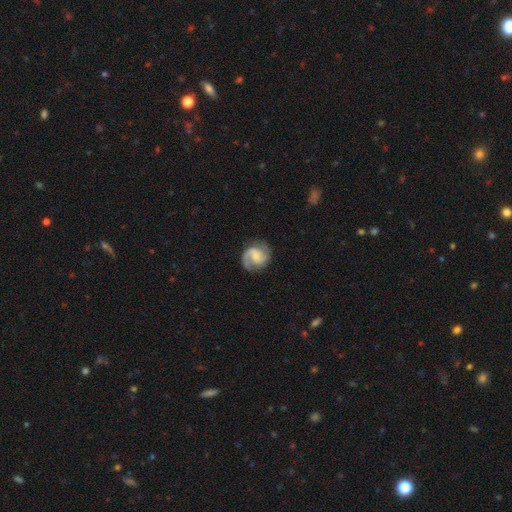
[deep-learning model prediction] This is likely a featured or disk galaxy (80%). It is clearly not viewed edge-on (98%). Bar: possibly no (48%). Spiral arm pattern: clearly yes (96%). Spiral arm count: likely 2 (80%). Spiral winding: possibly medium (50%). Central bulge: marginally small (42%). Merging: likely none (75%).